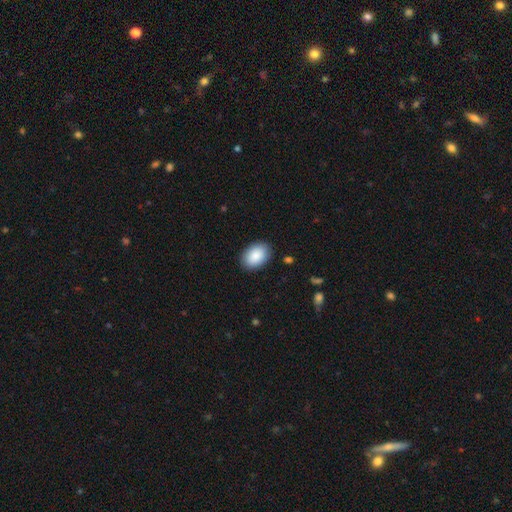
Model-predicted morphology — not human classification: smooth_or_featured: smooth (p=0.89) [alt: star or artifact p=0.06]
how_rounded: in between (p=0.87) [alt: round p=0.12]
merging: none (p=0.88) [alt: minor disturbance p=0.09]